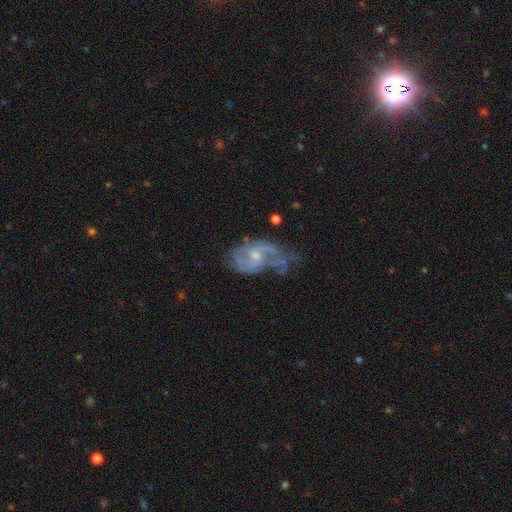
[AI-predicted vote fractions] This appears to be a featured or disk galaxy (74%) with no bar (61%), 2 (46%) medium (41%) spiral arms (73%) and a small central bulge (62%). Merging: none (35%).